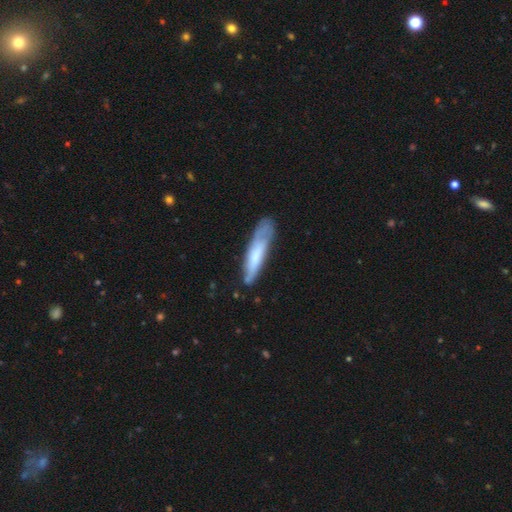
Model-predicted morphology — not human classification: Smooth or featured: smooth — 59% (featured or disk — 35%)
How rounded: cigar-shaped — 78% (in between — 21%)
Merging: none — 61% (minor disturbance — 27%)